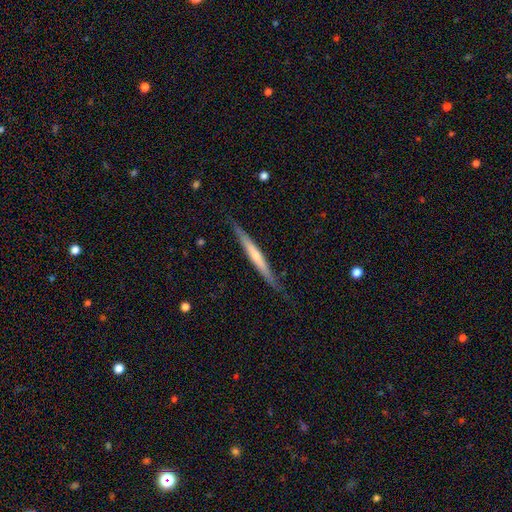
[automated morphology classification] Smooth or featured: featured or disk — 53% (smooth — 41%)
Edge-on disk: yes — 95% (no — 5%)
Edge-on bulge: none — 59% (rounded — 35%)
Merging: none — 82% (minor disturbance — 14%)